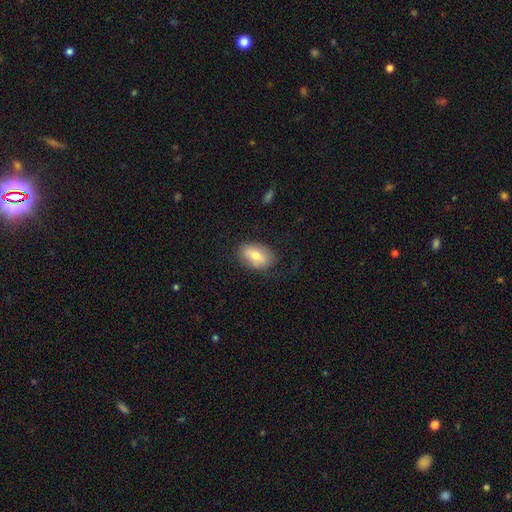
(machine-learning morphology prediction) A smooth galaxy with no disk features (69%) that is in between round and cigar-shaped (89%).

Vote fractions:
- Smooth or featured? smooth: 69% / featured or disk: 23% / star or artifact: 8%
- How rounded? in between: 89% / round: 9% / cigar-shaped: 2%
- Merging? none: 75% / minor disturbance: 18% / major disturbance: 6% / merger: 1%